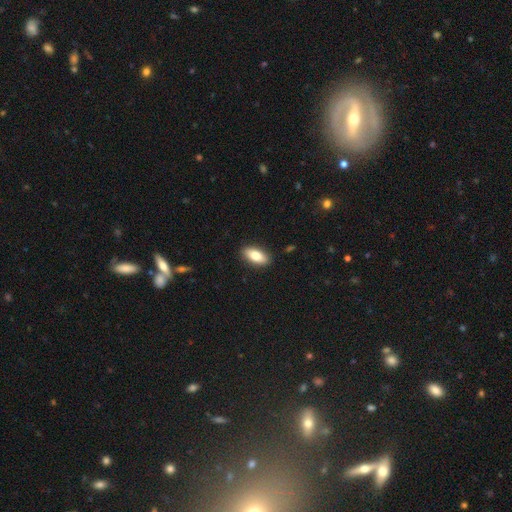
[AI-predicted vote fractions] Overall: smooth (80%). How rounded: in between (85%). Merging: none (89%).